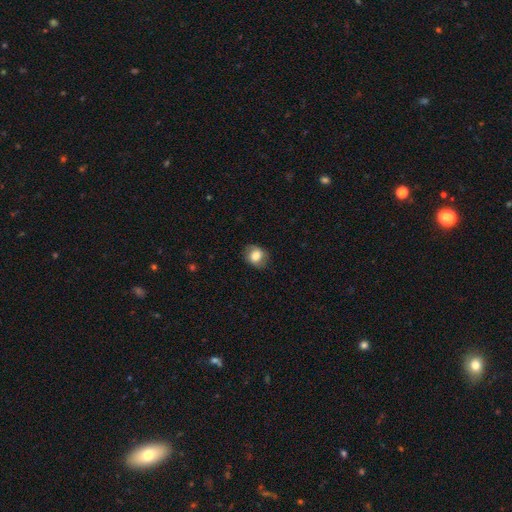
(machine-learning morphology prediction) Smooth or featured? smooth (76%)
How rounded? round (50%)
Merging? none (77%)